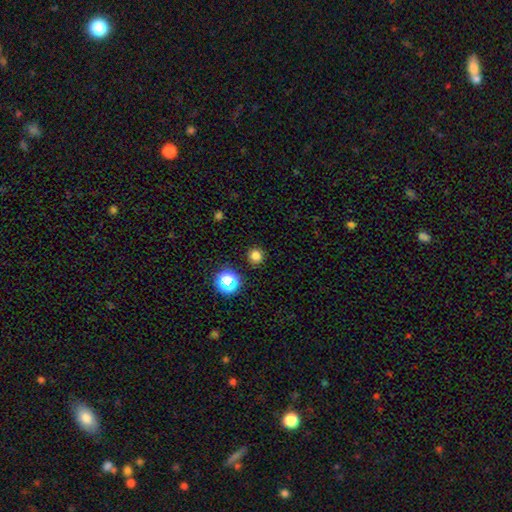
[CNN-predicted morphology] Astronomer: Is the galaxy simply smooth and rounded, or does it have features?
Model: smooth — 78%.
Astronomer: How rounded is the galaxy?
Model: round — 95%.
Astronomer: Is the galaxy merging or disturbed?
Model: none — 91%.